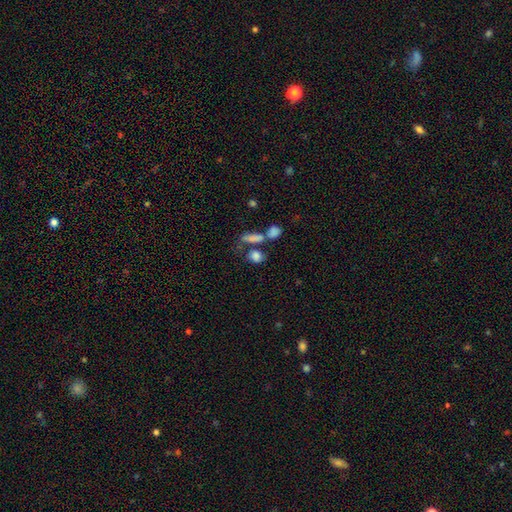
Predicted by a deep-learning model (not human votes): This is likely a smooth galaxy (79%). How rounded: possibly in between (59%). Merging: marginally none (42%).